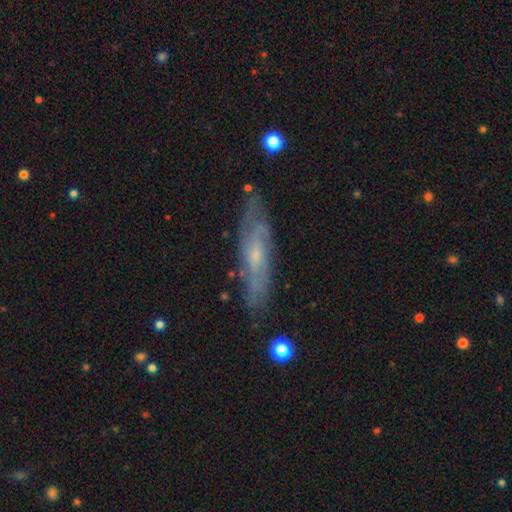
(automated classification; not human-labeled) Smooth or featured: featured or disk — 67% (smooth — 26%)
Edge-on disk: no — 59% (yes — 41%)
Merging: none — 79% (minor disturbance — 16%)